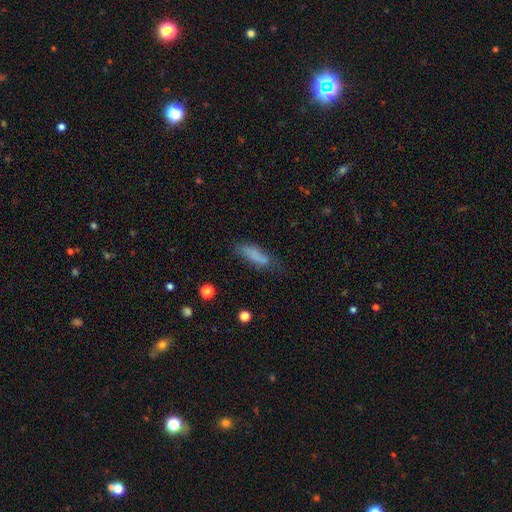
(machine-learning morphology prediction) type=smooth (76%); roundness=cigar-shaped (51%); merging=none (54%).